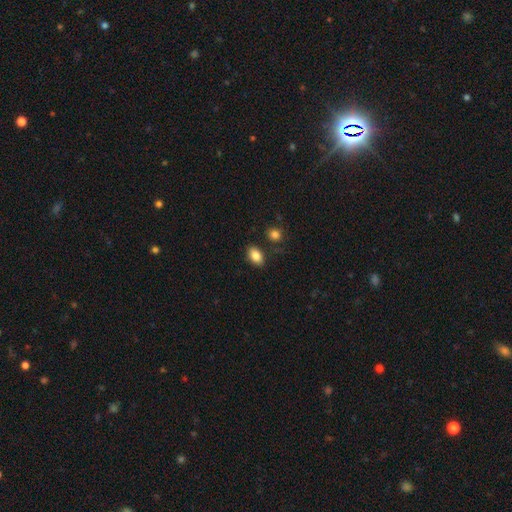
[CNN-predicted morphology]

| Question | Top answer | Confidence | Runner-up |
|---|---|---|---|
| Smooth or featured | smooth | 85% | star or artifact (8%) |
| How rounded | in between | 87% | round (11%) |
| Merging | none | 83% | minor disturbance (11%) |